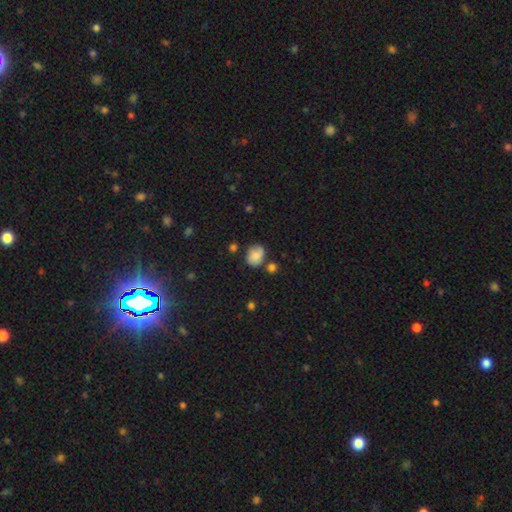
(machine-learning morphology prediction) Smooth or featured?
  - smooth: 79% *
  - featured or disk: 12%
  - star or artifact: 10%
How rounded?
  - round: 58% *
  - in between: 41%
  - cigar-shaped: 1%
Merging?
  - none: 58% *
  - minor disturbance: 24%
  - merger: 11%
  - major disturbance: 7%